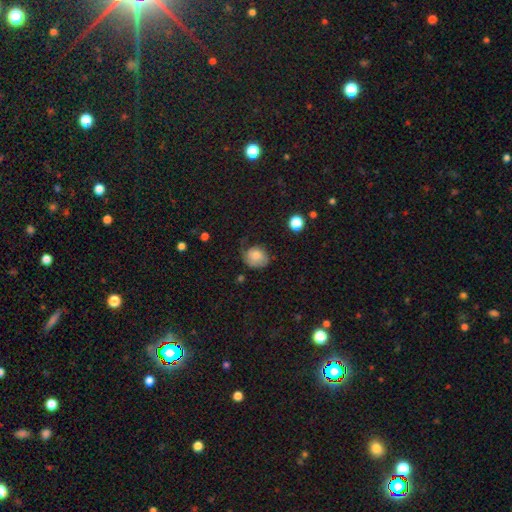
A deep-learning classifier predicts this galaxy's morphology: Smooth or featured? smooth (68%)
How rounded? round (59%)
Merging? none (42%)